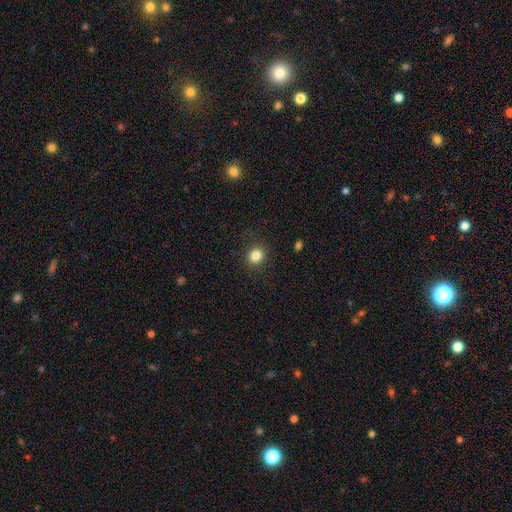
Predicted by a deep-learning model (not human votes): smooth_or_featured: smooth (p=0.84) [alt: star or artifact p=0.11]
how_rounded: round (p=0.71) [alt: in between p=0.28]
merging: none (p=0.87) [alt: minor disturbance p=0.08]